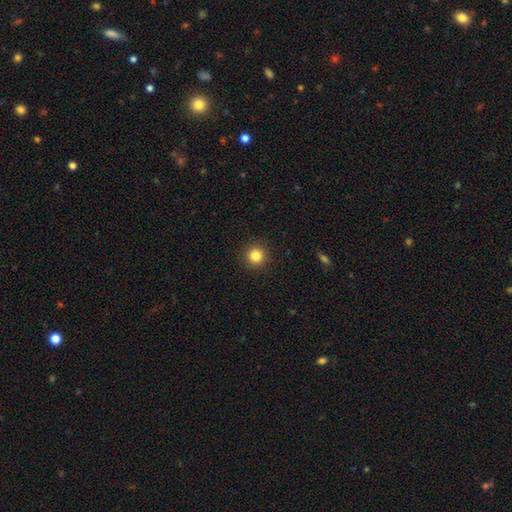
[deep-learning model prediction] Morphology: type=smooth (83%); roundness=round (95%); merging=none (92%).